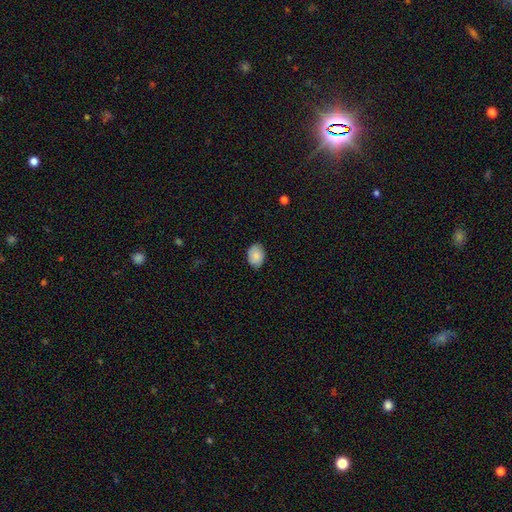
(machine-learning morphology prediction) Smooth or featured? Predicted: smooth (p=0.82). How rounded? Predicted: in between (p=0.75). Merging? Predicted: none (p=0.83).